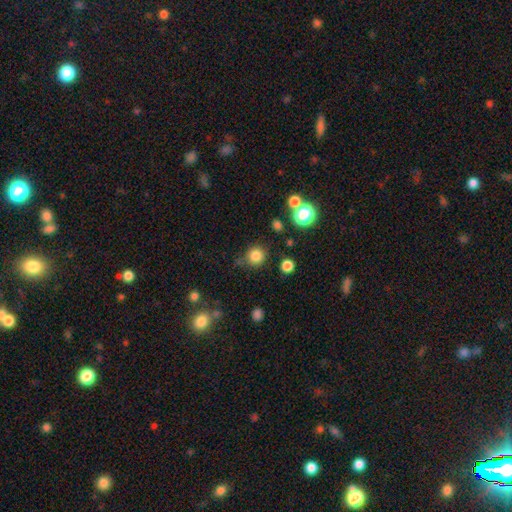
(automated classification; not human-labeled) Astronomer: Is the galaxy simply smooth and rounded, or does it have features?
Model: smooth — 83%.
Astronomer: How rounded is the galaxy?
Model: round — 92%.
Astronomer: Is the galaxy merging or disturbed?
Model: none — 79%.